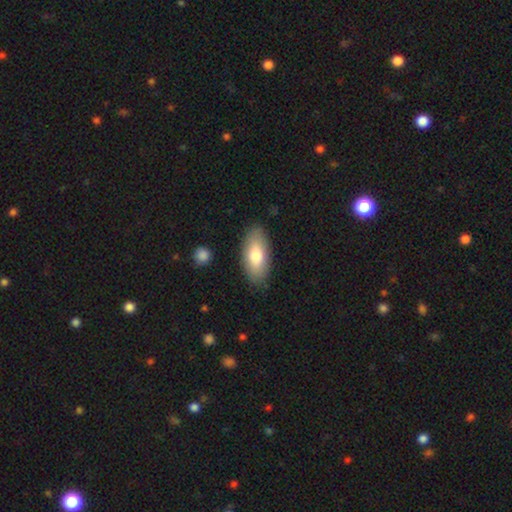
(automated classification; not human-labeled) smooth 75%, featured or disk 19%, star or artifact 6%. Down the decision tree: how rounded — in between (90%); merging — none (86%).